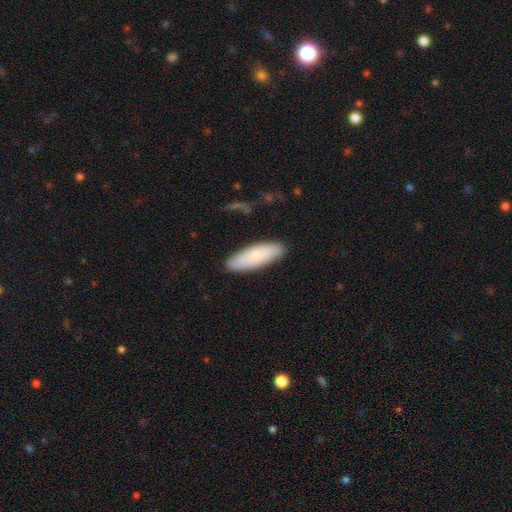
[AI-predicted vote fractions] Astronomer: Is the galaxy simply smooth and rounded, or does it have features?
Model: smooth — 74%.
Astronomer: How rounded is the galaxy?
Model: in between — 59% (runner-up: cigar-shaped, 39%).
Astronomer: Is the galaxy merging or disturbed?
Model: none — 84%.